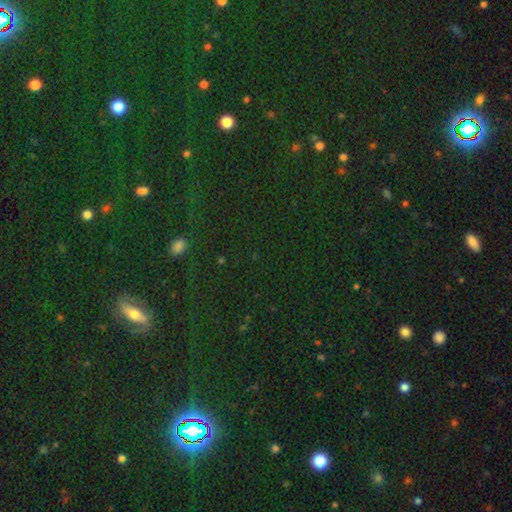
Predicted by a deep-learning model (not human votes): smooth-or-featured: star or artifact: 71% | smooth: 21% | featured or disk: 9%